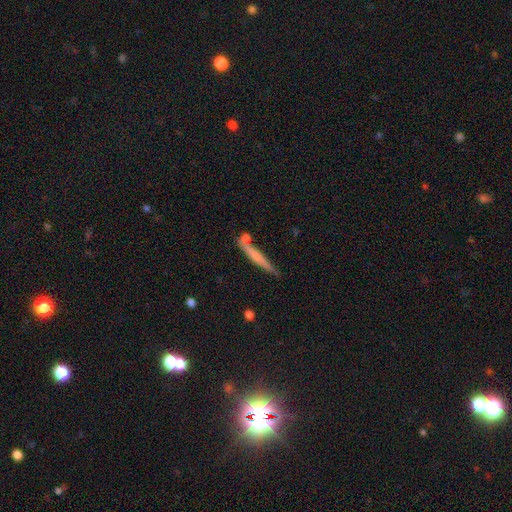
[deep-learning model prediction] Overall: smooth (54%; featured or disk 39%). How rounded: cigar-shaped (94%). Merging: none (70%).